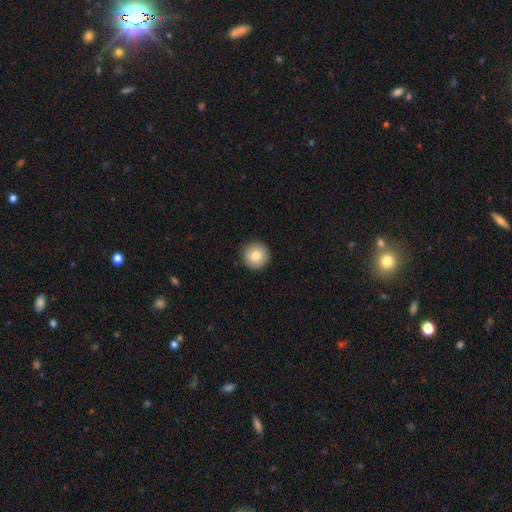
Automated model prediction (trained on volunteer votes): smooth_or_featured: smooth (p=0.83) [alt: featured or disk p=0.09]
how_rounded: round (p=0.96) [alt: in between p=0.03]
merging: none (p=0.92) [alt: minor disturbance p=0.05]